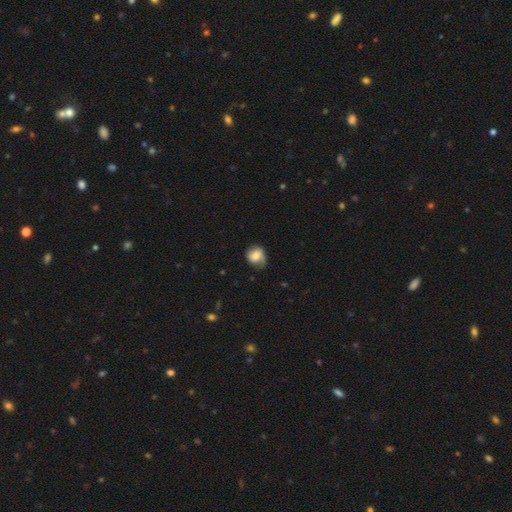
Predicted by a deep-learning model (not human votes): Smooth or featured?
  - smooth: 65% *
  - featured or disk: 27%
  - star or artifact: 8%
How rounded?
  - round: 64% *
  - in between: 35%
  - cigar-shaped: 1%
Merging?
  - none: 49% *
  - minor disturbance: 35%
  - major disturbance: 15%
  - merger: 2%